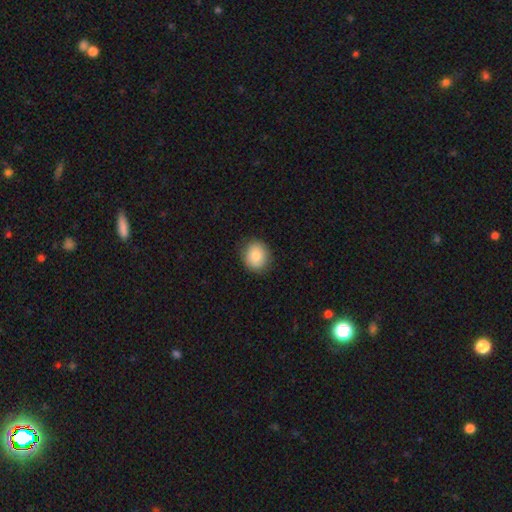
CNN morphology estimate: A smooth galaxy with no disk features (82%) that is round (74%). Merging: none (86%).